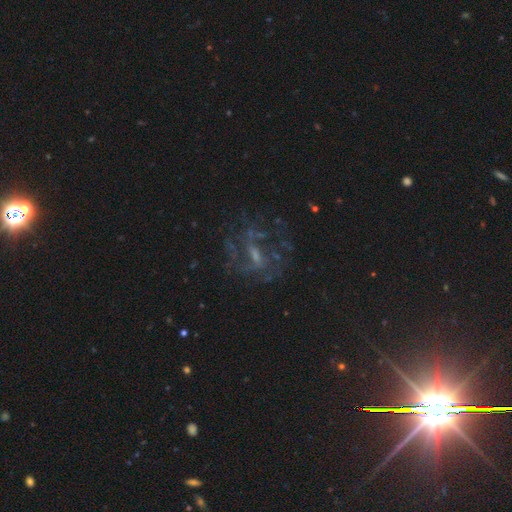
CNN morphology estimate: A featured or disk galaxy (71%) with a weak bar (48%), spiral arms (72%) and a small central bulge (40%). Merging: none (61%).